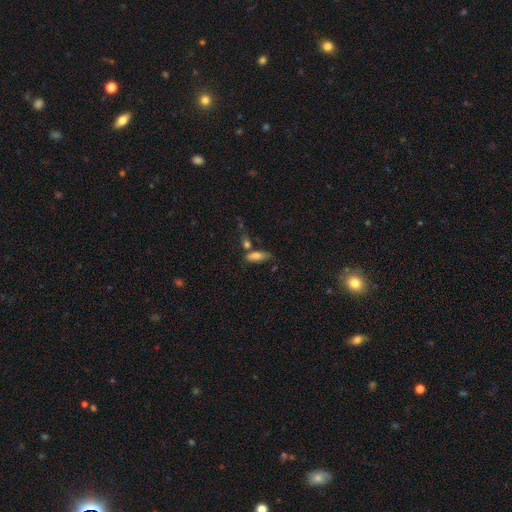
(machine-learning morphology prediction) Overall: smooth (78%). How rounded: in between (69%). Merging: none (50%; merger 22%).